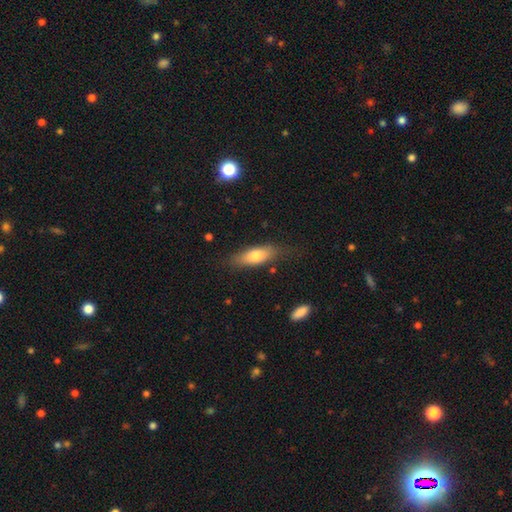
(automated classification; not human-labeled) smooth_or_featured: smooth (p=0.73) [alt: featured or disk p=0.20]
how_rounded: in between (p=0.66) [alt: cigar-shaped p=0.31]
merging: none (p=0.73) [alt: minor disturbance p=0.19]